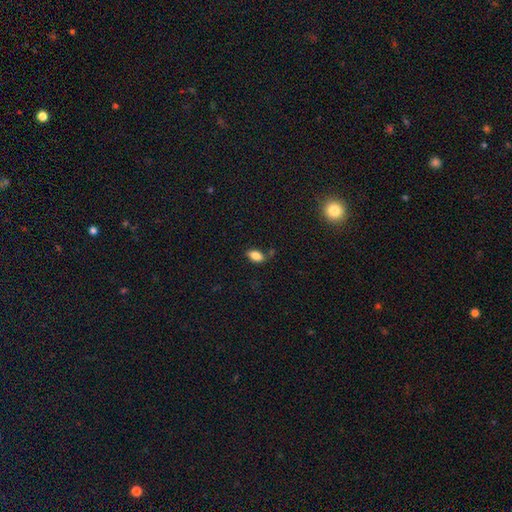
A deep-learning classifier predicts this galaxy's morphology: Smooth or featured: smooth — 81% (featured or disk — 9%)
How rounded: in between — 90% (round — 5%)
Merging: none — 75% (minor disturbance — 15%)